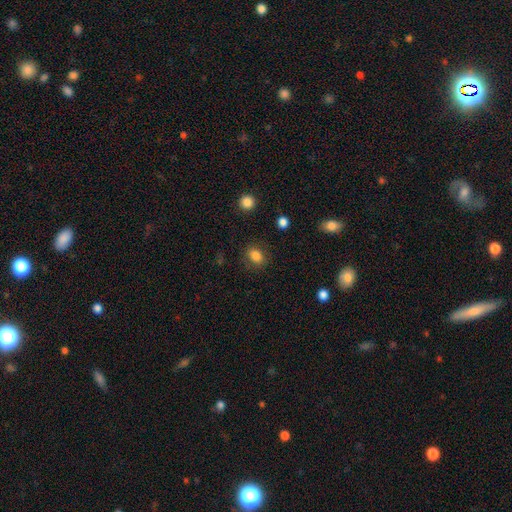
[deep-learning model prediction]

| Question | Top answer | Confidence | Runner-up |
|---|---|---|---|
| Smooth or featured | smooth | 84% | star or artifact (10%) |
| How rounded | in between | 64% | round (35%) |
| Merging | none | 83% | minor disturbance (11%) |